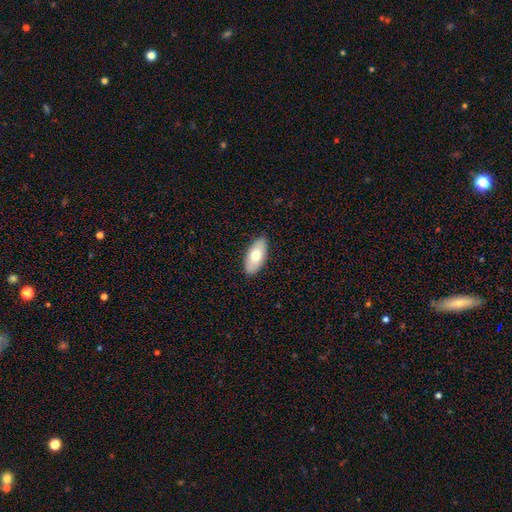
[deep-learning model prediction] smooth-or-featured: smooth: 69% | featured or disk: 25% | star or artifact: 6%
  how-rounded: in between: 93% | cigar-shaped: 4% | round: 3%
  merging: none: 89% | minor disturbance: 8% | major disturbance: 2% | merger: 1%